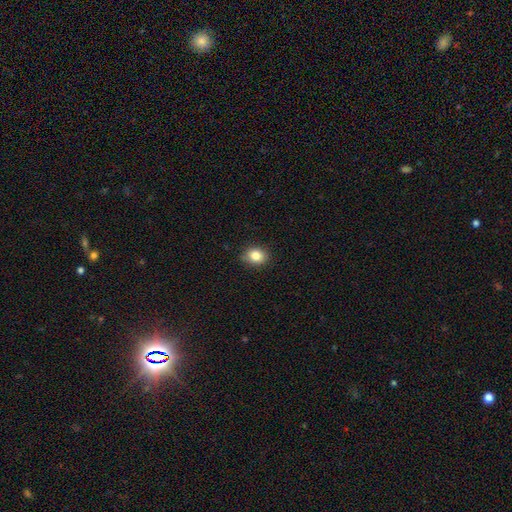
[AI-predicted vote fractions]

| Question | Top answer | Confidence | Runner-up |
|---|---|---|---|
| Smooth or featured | smooth | 84% | star or artifact (10%) |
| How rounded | round | 59% | in between (40%) |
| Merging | none | 87% | minor disturbance (10%) |